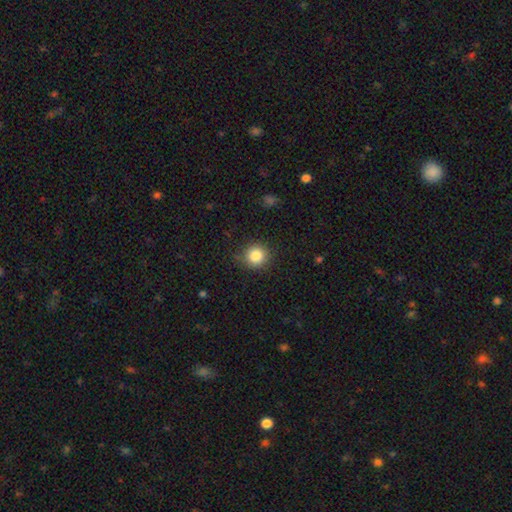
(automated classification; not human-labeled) A smooth galaxy with no disk features (84%) that is round (92%).

Vote fractions:
- Smooth or featured? smooth: 84% / star or artifact: 10% / featured or disk: 5%
- How rounded? round: 92% / in between: 7% / cigar-shaped: 1%
- Merging? none: 87% / minor disturbance: 9% / major disturbance: 3% / merger: 1%